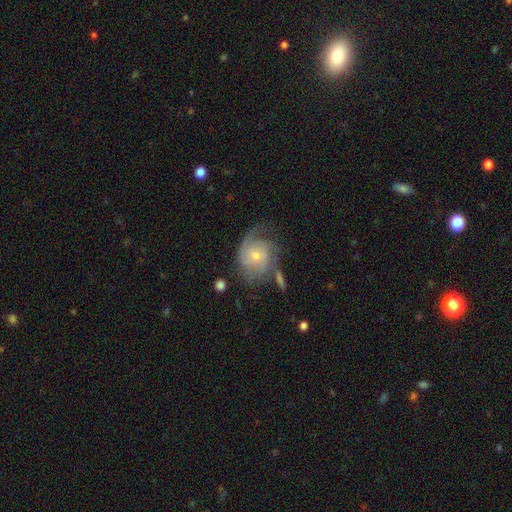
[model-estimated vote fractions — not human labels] A featured or disk galaxy (75%) with no bar (64%), 2 (37%) tight (42%) spiral arms (92%) and a small central bulge (65%).

Vote fractions:
- Smooth or featured? featured or disk: 75% / smooth: 19% / star or artifact: 6%
- Edge-on disk? no: 97% / yes: 3%
- Bar? no: 64% / weak: 32% / strong: 4%
- Spiral arms? yes: 92% / no: 8%
- Spiral winding? tight: 42% / medium: 39% / loose: 19%
- Spiral arm count? 2: 37% / can't tell: 26% / 3: 17% / 1: 12% / 4: 5% / more than 4: 4%
- Bulge size? small: 65% / moderate: 30% / none: 2% / large: 2% / dominant: 1%
- Merging? none: 48% / minor disturbance: 24% / major disturbance: 21% / merger: 7%